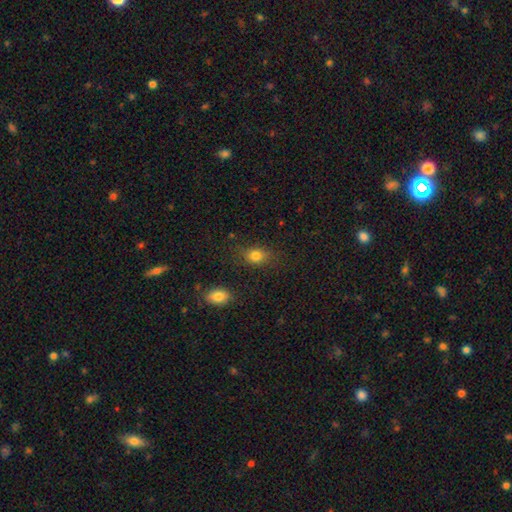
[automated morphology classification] Q: Smooth or featured?
A: smooth (81%); runner-up: star or artifact (12%)
Q: How rounded?
A: in between (57%); runner-up: round (41%)
Q: Merging?
A: none (76%); runner-up: minor disturbance (16%)